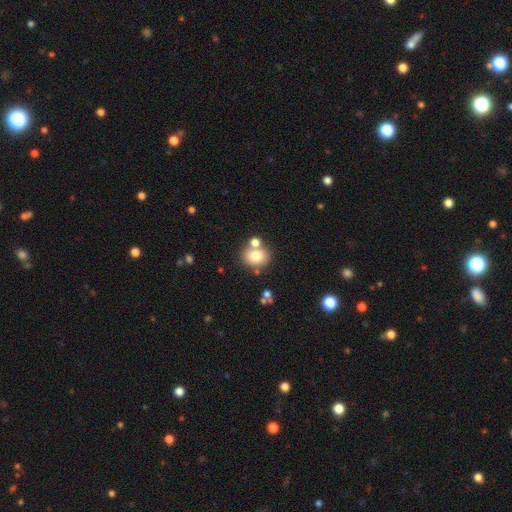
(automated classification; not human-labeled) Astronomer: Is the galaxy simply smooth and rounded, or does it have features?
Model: smooth — 75%.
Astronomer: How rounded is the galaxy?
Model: round — 74%.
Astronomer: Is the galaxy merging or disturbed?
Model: none — 61%.